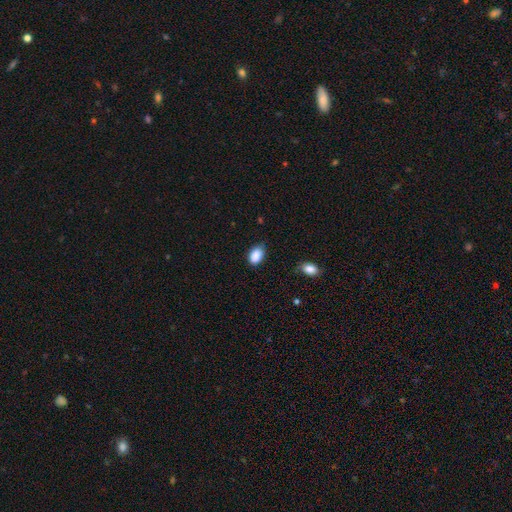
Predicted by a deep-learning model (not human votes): Smooth or featured? Predicted: smooth (p=0.89). How rounded? Predicted: in between (p=0.87). Merging? Predicted: none (p=0.73).